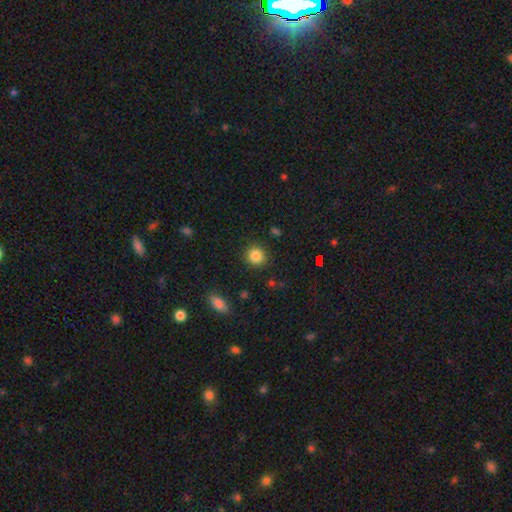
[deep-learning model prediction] smooth-or-featured: smooth: 85% | star or artifact: 10% | featured or disk: 5%
  how-rounded: round: 89% | in between: 10% | cigar-shaped: 1%
  merging: none: 88% | minor disturbance: 7% | major disturbance: 3% | merger: 2%